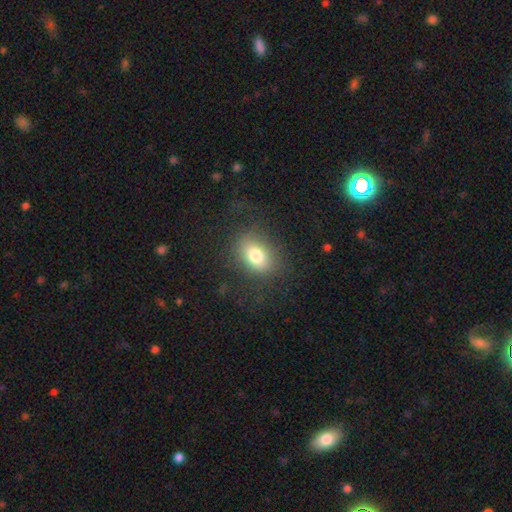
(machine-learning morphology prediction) This is likely a smooth galaxy (76%). How rounded: likely in between (75%). Merging: likely none (74%).